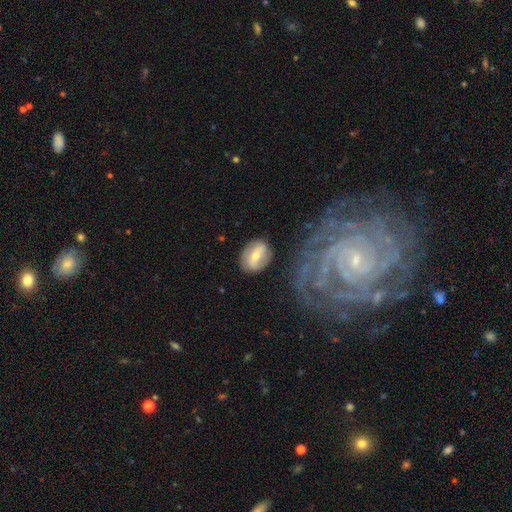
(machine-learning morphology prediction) type=featured or disk (50%); merging=none (79%).